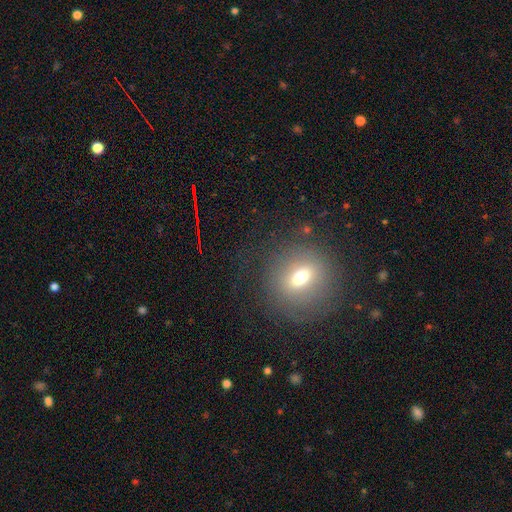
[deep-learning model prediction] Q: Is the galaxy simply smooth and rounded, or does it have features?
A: smooth — 53%.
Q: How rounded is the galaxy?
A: round — 82%.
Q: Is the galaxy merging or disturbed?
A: none — 88%.